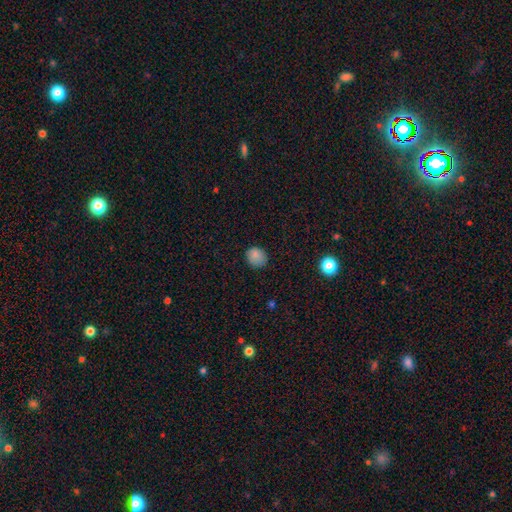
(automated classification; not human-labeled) A smooth galaxy with no disk features (84%) that is round (71%). Merging: none (82%).